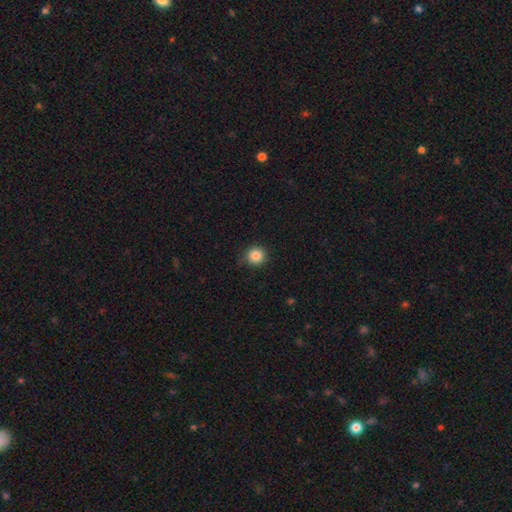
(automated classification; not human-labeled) Smooth or featured: smooth — 85% (star or artifact — 11%)
How rounded: round — 92% (in between — 7%)
Merging: none — 80% (minor disturbance — 16%)